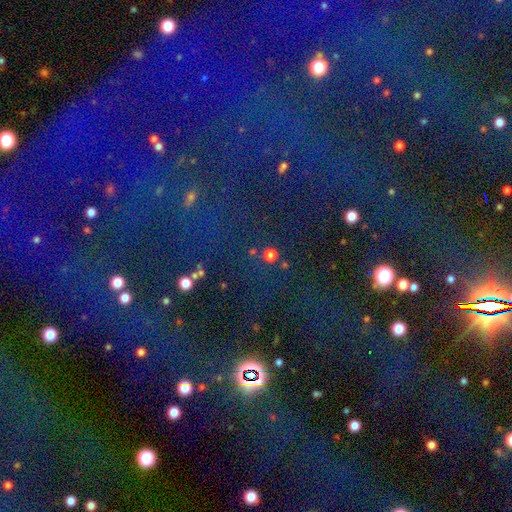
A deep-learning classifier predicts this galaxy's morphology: Overall: star or artifact (83%).